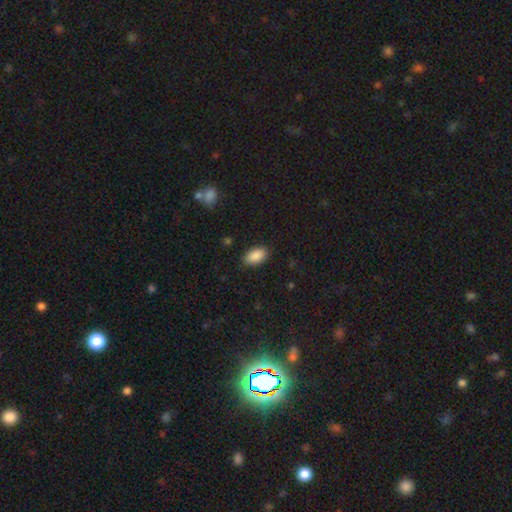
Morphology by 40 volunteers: Q: Smooth or featured?
A: smooth (98%); runner-up: star or artifact (2%)
Q: How rounded?
A: in between (85%); runner-up: round (8%)
Q: Merging?
A: none (87%); runner-up: minor disturbance (10%)